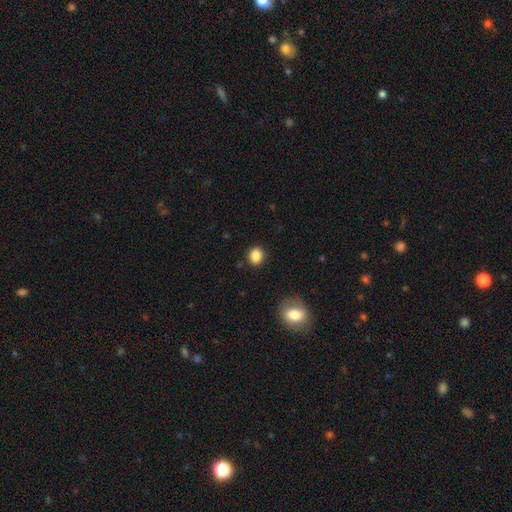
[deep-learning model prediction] A smooth galaxy with no disk features (87%) that is round (64%).

Vote fractions:
- Smooth or featured? smooth: 87% / star or artifact: 9% / featured or disk: 4%
- How rounded? round: 64% / in between: 35% / cigar-shaped: 1%
- Merging? none: 88% / minor disturbance: 8% / major disturbance: 3% / merger: 2%